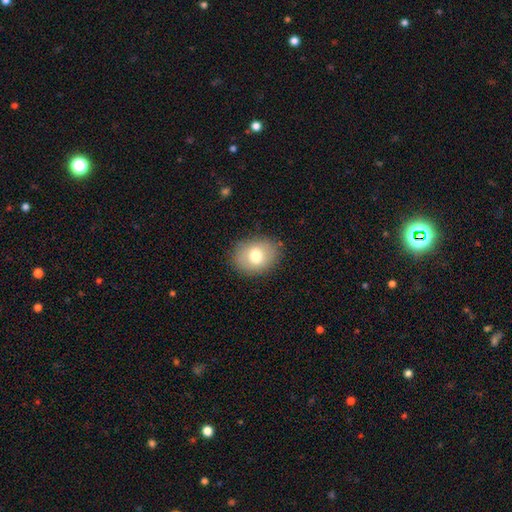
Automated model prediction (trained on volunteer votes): Smooth or featured: smooth — 74% (featured or disk — 17%)
How rounded: in between — 55% (round — 44%)
Merging: none — 85% (minor disturbance — 11%)